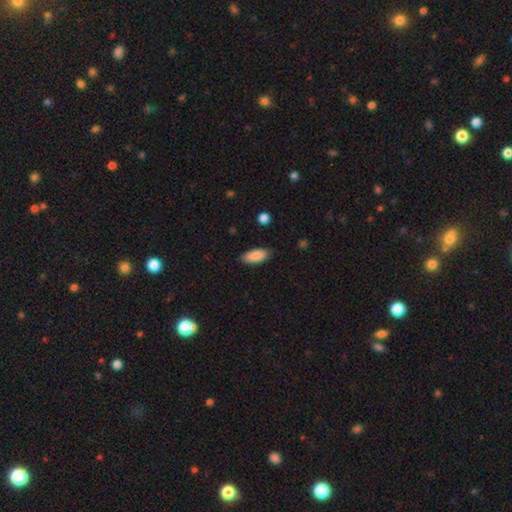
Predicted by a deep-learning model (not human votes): Smooth or featured? smooth (88%)
How rounded? in between (84%)
Merging? none (85%)